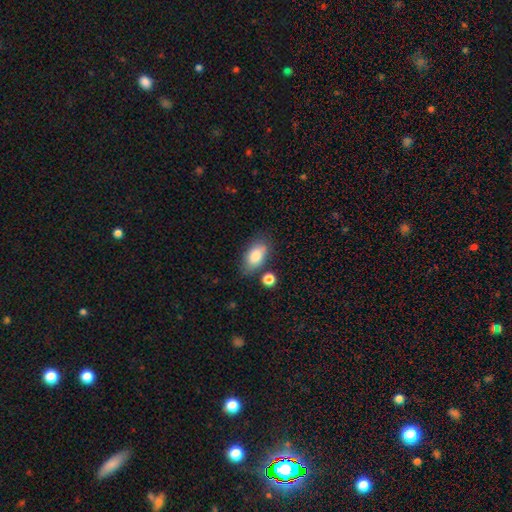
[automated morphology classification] Smooth or featured: smooth — 83% (featured or disk — 9%)
How rounded: in between — 91% (round — 6%)
Merging: none — 69% (minor disturbance — 18%)